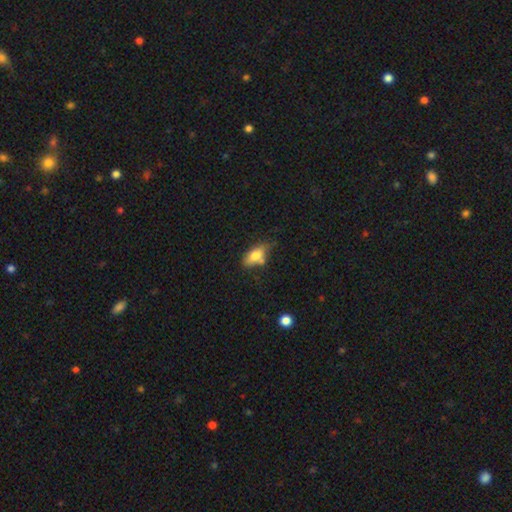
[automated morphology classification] This is likely a smooth galaxy (72%). How rounded: clearly in between (84%). Merging: possibly none (53%).